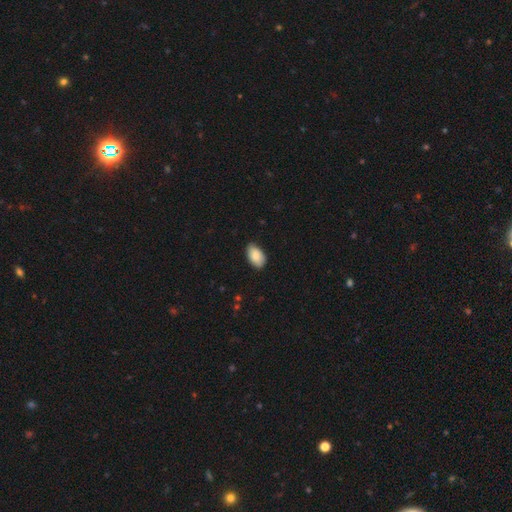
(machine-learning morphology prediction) The model was most divided on "merging": none: 78%, minor disturbance: 18%, major disturbance: 2%, merger: 1%. More confident: how rounded — in between (94%); smooth or featured — smooth (87%).